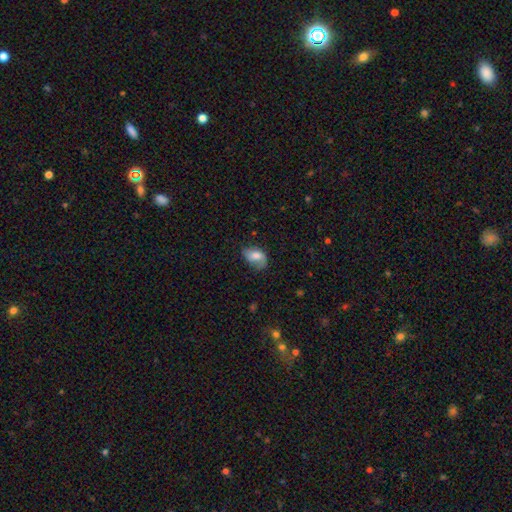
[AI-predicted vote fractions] A smooth galaxy with no disk features (65%) that is in between round and cigar-shaped (85%).

Vote fractions:
- Smooth or featured? smooth: 65% / featured or disk: 27% / star or artifact: 8%
- How rounded? in between: 85% / round: 13% / cigar-shaped: 2%
- Merging? none: 50% / minor disturbance: 33% / major disturbance: 15% / merger: 2%